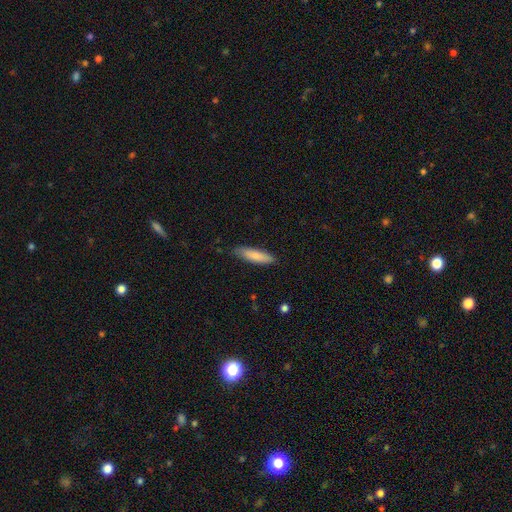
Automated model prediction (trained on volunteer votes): The model was most divided on "how rounded": cigar-shaped: 68%, in between: 31%, round: 1%. More confident: smooth or featured — smooth (82%); merging — none (80%).